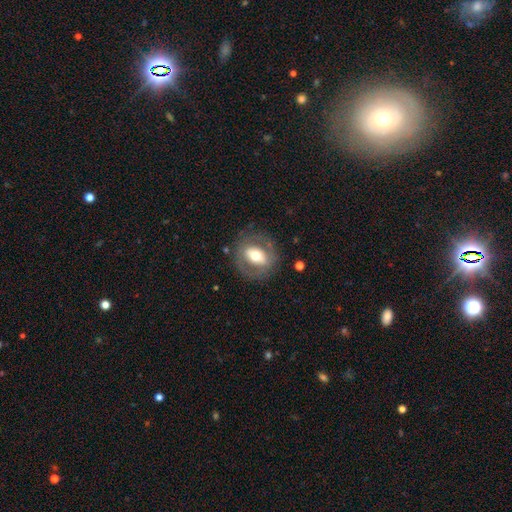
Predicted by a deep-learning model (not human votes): This appears to be a featured or disk galaxy (51%). Merging: none (75%).